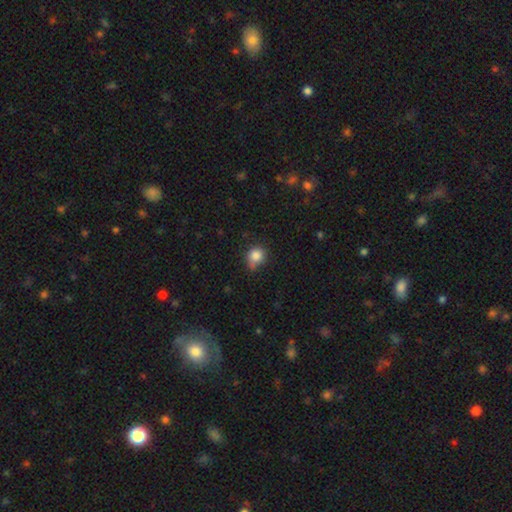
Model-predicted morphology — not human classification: Smooth or featured? Predicted: smooth (p=0.84). How rounded? Predicted: round (p=0.76). Merging? Predicted: none (p=0.51).